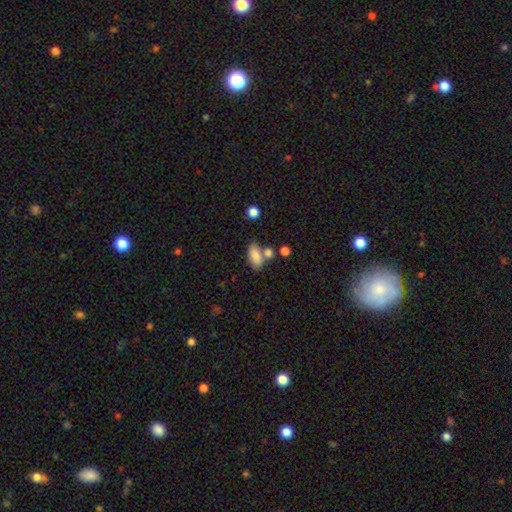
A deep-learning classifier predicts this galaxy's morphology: Smooth or featured? Predicted: smooth (p=0.81). How rounded? Predicted: in between (p=0.89). Merging? Predicted: none (p=0.53).